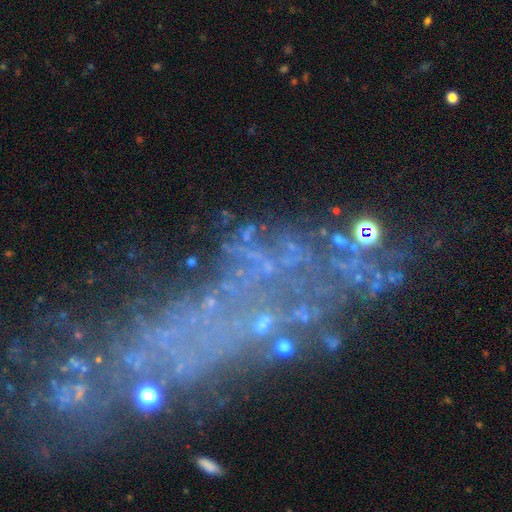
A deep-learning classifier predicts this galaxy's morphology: type=star or artifact (49%).